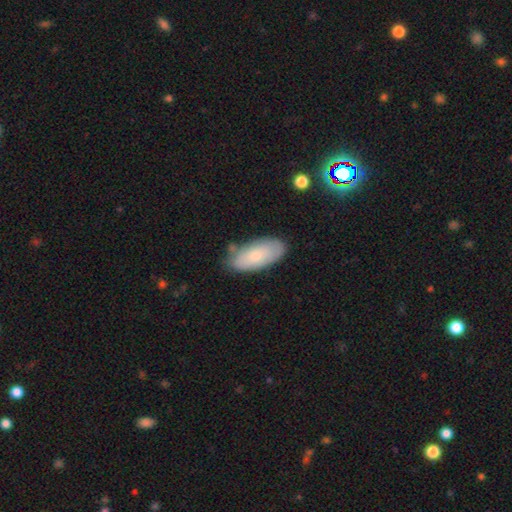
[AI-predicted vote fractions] smooth-or-featured: smooth: 68% | featured or disk: 25% | star or artifact: 7%
  how-rounded: in between: 89% | cigar-shaped: 8% | round: 2%
  merging: none: 76% | minor disturbance: 17% | major disturbance: 3% | merger: 3%